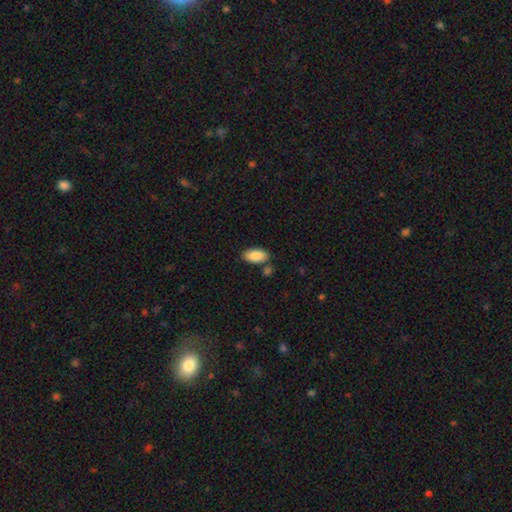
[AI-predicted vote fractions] Morphology: type=smooth (88%); roundness=in between (94%); merging=none (75%).